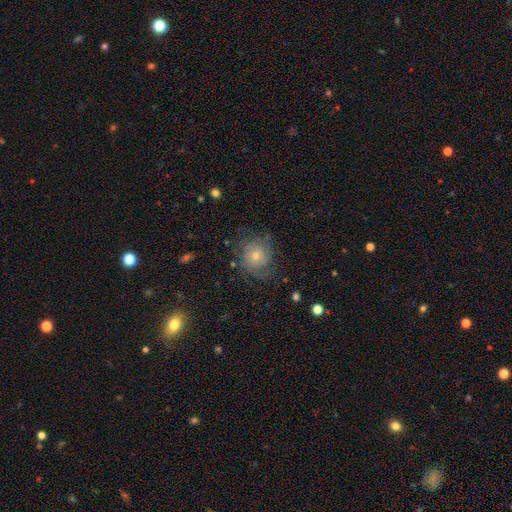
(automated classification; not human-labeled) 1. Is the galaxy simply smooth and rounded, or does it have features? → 51% featured or disk, 38% smooth, 11% star or artifact.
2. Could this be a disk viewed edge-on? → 97% no, 3% yes.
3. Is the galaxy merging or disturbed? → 66% none, 20% minor disturbance, 13% major disturbance, 1% merger.